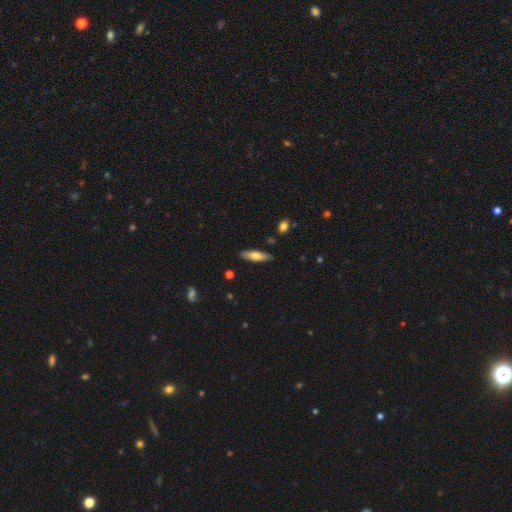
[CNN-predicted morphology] Smooth or featured? Predicted: smooth (p=0.66). How rounded? Predicted: cigar-shaped (p=0.60). Merging? Predicted: none (p=0.86).